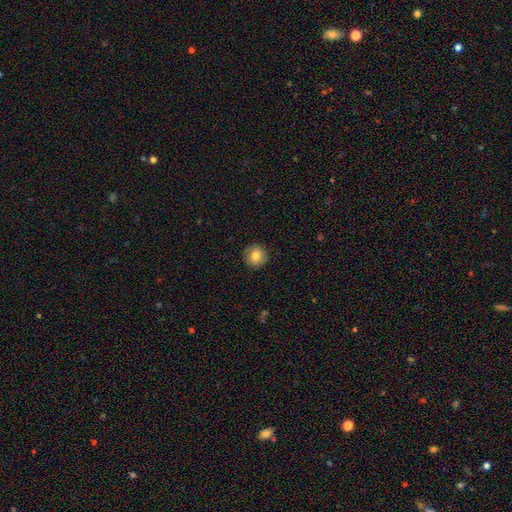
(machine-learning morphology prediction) A smooth galaxy with no disk features (80%) that is round (93%).

Vote fractions:
- Smooth or featured? smooth: 80% / featured or disk: 11% / star or artifact: 9%
- How rounded? round: 93% / in between: 6% / cigar-shaped: 1%
- Merging? none: 90% / minor disturbance: 7% / major disturbance: 2% / merger: 1%